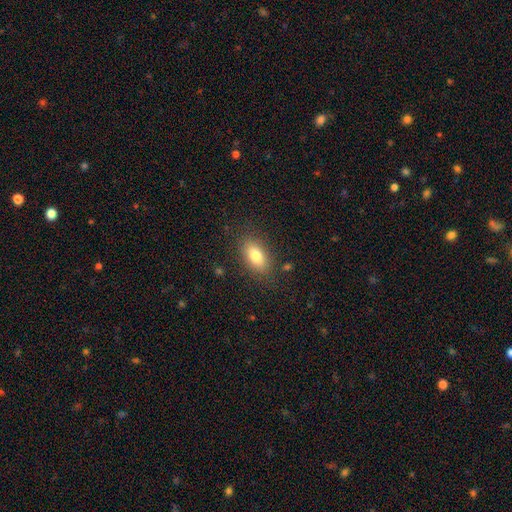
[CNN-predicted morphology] A smooth galaxy with no disk features (79%) that is in between round and cigar-shaped (88%).

Vote fractions:
- Smooth or featured? smooth: 79% / featured or disk: 12% / star or artifact: 9%
- How rounded? in between: 88% / round: 6% / cigar-shaped: 5%
- Merging? none: 84% / minor disturbance: 11% / major disturbance: 4% / merger: 1%